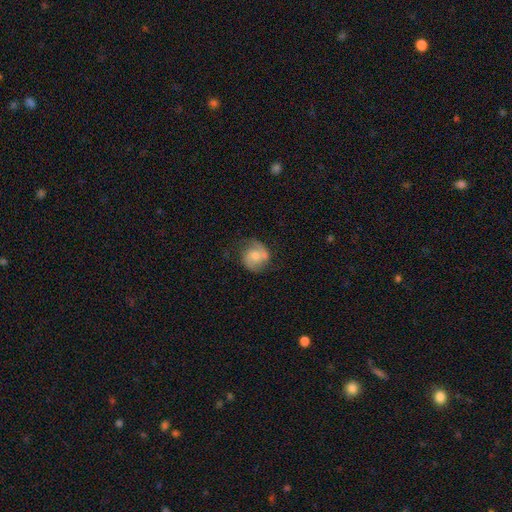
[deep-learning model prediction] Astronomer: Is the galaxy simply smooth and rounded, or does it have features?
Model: featured or disk — 58% (runner-up: smooth, 34%).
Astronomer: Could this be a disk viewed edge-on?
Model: no — 98%.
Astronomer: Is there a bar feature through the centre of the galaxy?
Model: no — 58% (runner-up: weak, 35%).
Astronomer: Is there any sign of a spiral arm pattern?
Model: yes — 88%.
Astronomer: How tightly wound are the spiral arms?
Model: medium — 48% (runner-up: loose, 29%).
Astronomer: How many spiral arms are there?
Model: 2 — 83%.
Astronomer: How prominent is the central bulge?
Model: moderate — 45% (runner-up: small, 31%).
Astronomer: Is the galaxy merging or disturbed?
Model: none — 61%.